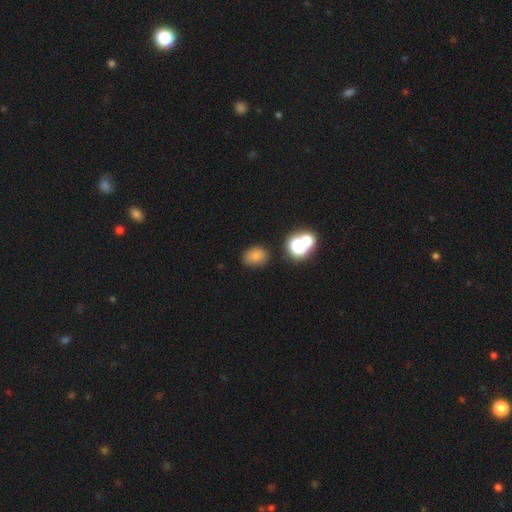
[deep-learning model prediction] This is likely a smooth galaxy (76%). How rounded: possibly in between (58%). Merging: likely none (79%).